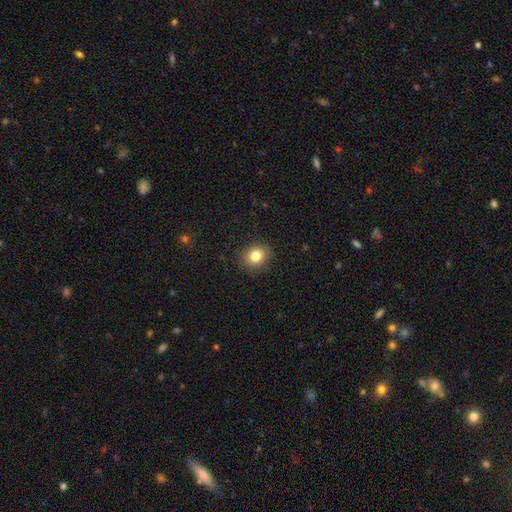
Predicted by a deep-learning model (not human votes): Smooth or featured? smooth (83%)
How rounded? round (52%)
Merging? none (87%)